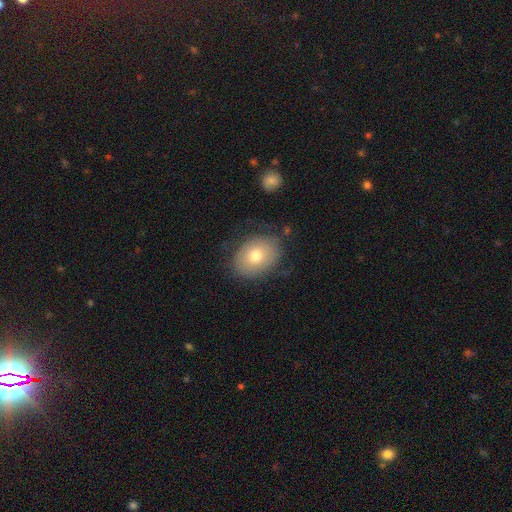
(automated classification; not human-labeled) smooth_or_featured: smooth (p=0.66) [alt: featured or disk p=0.25]
how_rounded: in between (p=0.65) [alt: round p=0.34]
merging: none (p=0.75) [alt: minor disturbance p=0.17]